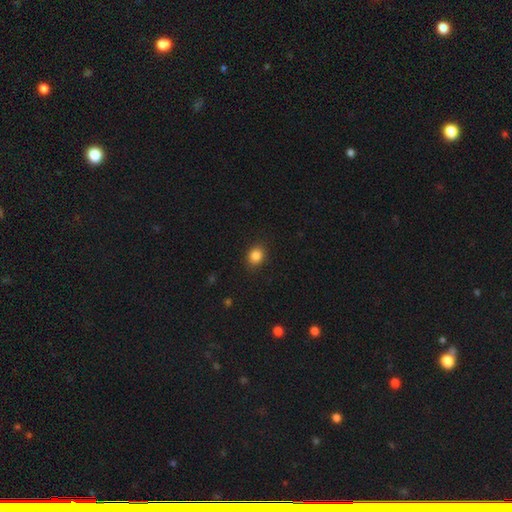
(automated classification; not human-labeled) A smooth galaxy with no disk features (85%) that is round (59%).

Vote fractions:
- Smooth or featured? smooth: 85% / star or artifact: 11% / featured or disk: 4%
- How rounded? round: 59% / in between: 40% / cigar-shaped: 1%
- Merging? none: 89% / minor disturbance: 8% / major disturbance: 2% / merger: 1%